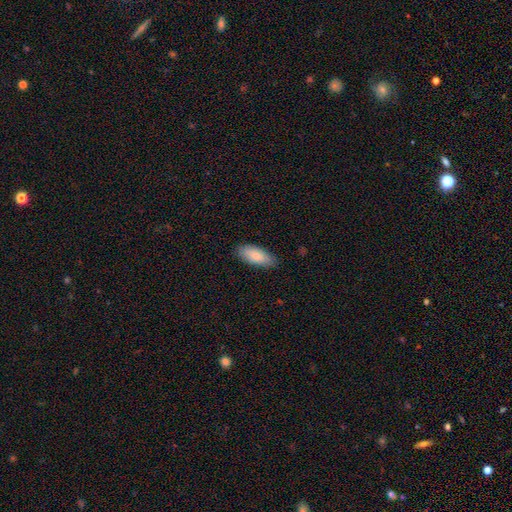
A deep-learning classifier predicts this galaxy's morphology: A smooth galaxy with no disk features (82%) that is in between round and cigar-shaped (83%). Merging: none (83%).